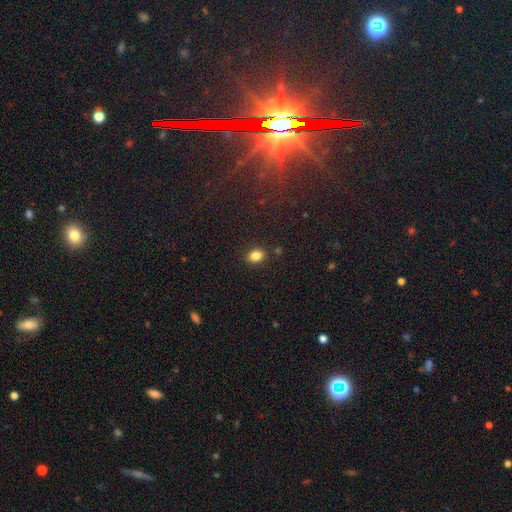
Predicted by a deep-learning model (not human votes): A smooth galaxy with no disk features (83%) that is in between round and cigar-shaped (68%).

Vote fractions:
- Smooth or featured? smooth: 83% / star or artifact: 11% / featured or disk: 6%
- How rounded? in between: 68% / round: 31% / cigar-shaped: 1%
- Merging? none: 87% / minor disturbance: 9% / major disturbance: 2% / merger: 2%